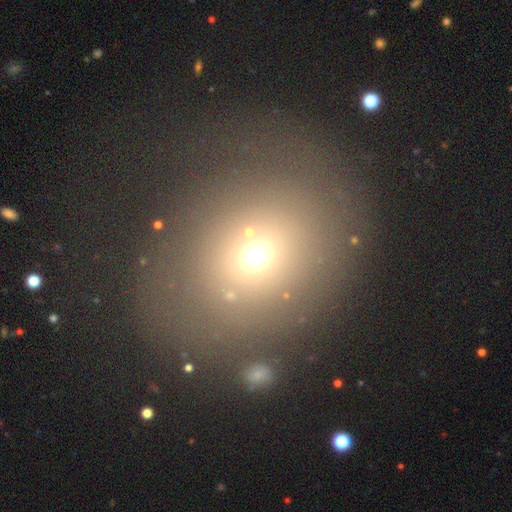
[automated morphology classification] smooth 62%, star or artifact 21%, featured or disk 17%. Down the decision tree: how rounded — round (64%); merging — none (61%).